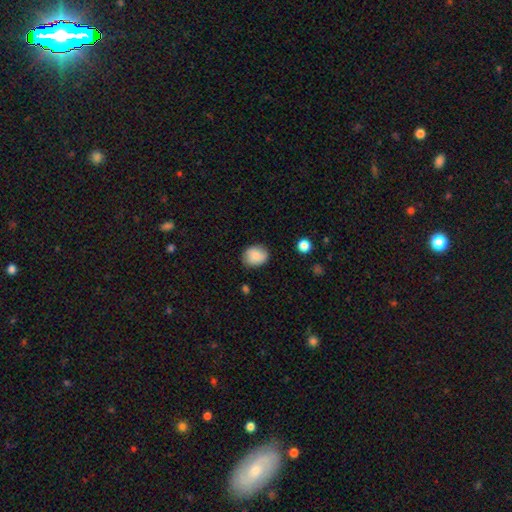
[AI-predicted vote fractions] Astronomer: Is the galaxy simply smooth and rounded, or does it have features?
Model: smooth — 85%.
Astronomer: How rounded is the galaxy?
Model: round — 57% (runner-up: in between, 42%).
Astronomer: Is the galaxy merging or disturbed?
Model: none — 80%.